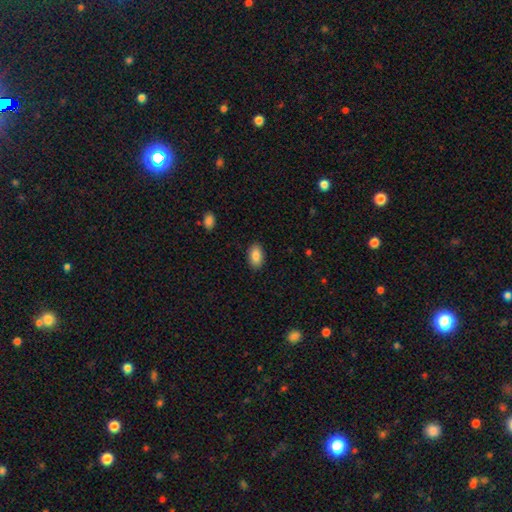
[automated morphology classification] This is clearly a smooth galaxy (86%). How rounded: clearly in between (93%). Merging: clearly none (89%).